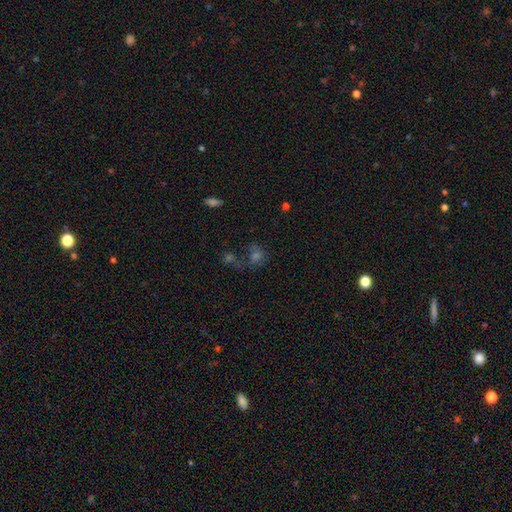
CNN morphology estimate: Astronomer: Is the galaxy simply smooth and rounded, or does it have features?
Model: smooth — 43% (runner-up: star or artifact, 36%).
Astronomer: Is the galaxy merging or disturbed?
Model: none — 50%.